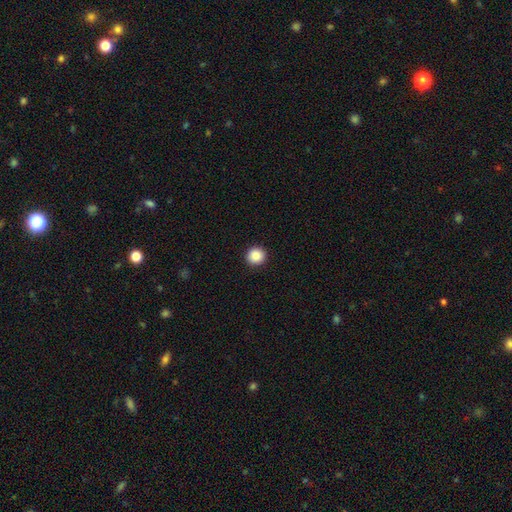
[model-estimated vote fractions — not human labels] Smooth or featured? Predicted: smooth (p=0.88). How rounded? Predicted: round (p=0.93). Merging? Predicted: none (p=0.93).